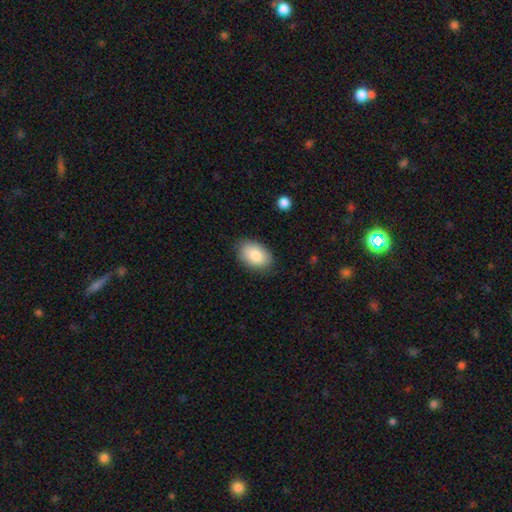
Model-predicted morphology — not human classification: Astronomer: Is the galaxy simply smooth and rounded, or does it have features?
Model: smooth — 86%.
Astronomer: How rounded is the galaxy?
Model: in between — 90%.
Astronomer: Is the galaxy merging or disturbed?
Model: none — 84%.